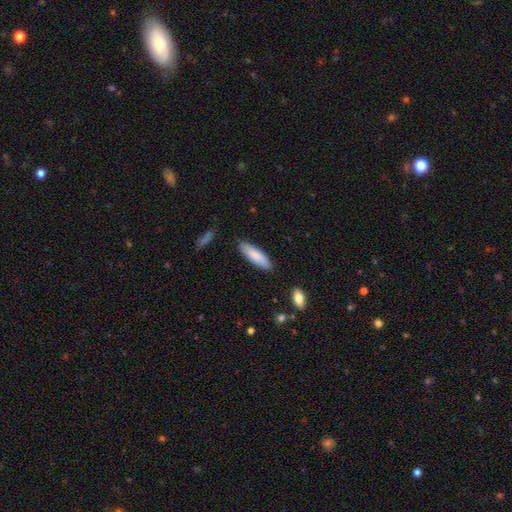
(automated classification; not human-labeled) This appears to be a smooth galaxy with no disk features (84%) that is cigar-shaped (54%). Merging: none (86%).